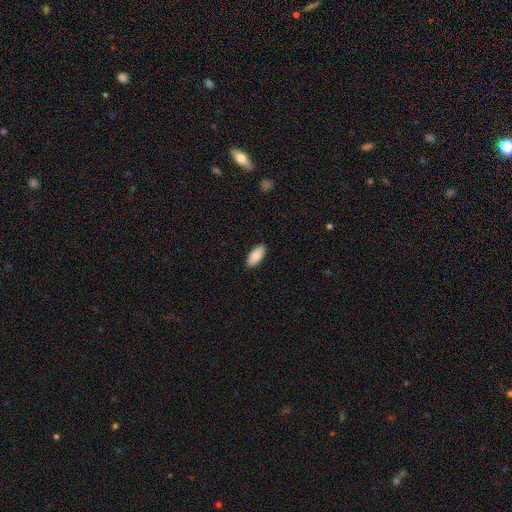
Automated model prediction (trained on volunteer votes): A smooth galaxy with no disk features (83%) that is in between round and cigar-shaped (89%).

Vote fractions:
- Smooth or featured? smooth: 83% / featured or disk: 11% / star or artifact: 6%
- How rounded? in between: 89% / cigar-shaped: 9% / round: 2%
- Merging? none: 90% / minor disturbance: 8% / major disturbance: 2% / merger: 1%